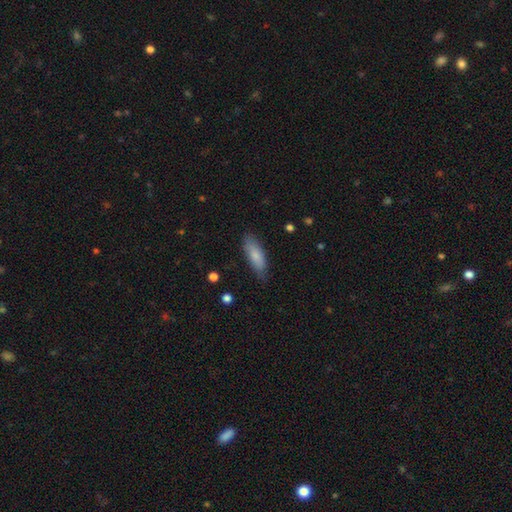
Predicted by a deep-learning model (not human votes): smooth_or_featured: smooth (p=0.80) [alt: featured or disk p=0.14]
how_rounded: in between (p=0.60) [alt: cigar-shaped p=0.38]
merging: none (p=0.78) [alt: minor disturbance p=0.18]